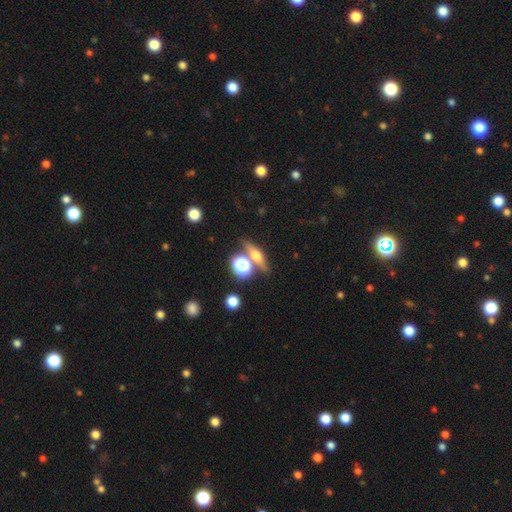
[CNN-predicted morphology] Smooth or featured? Predicted: featured or disk (p=0.48). Merging? Predicted: none (p=0.75).